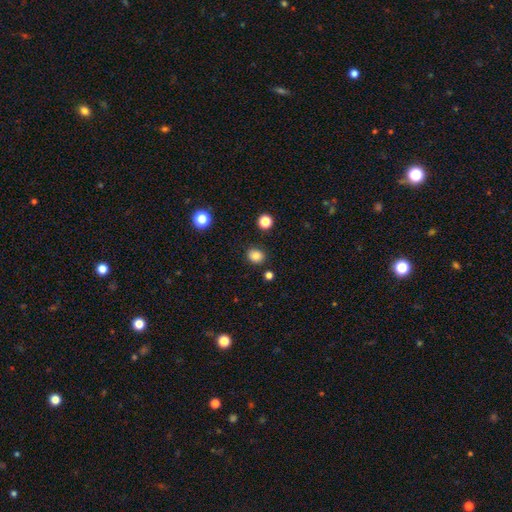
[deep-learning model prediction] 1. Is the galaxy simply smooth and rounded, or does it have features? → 84% smooth, 12% star or artifact, 4% featured or disk.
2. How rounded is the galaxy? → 71% round, 28% in between, 1% cigar-shaped.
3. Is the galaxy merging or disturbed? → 86% none, 8% minor disturbance, 3% merger, 3% major disturbance.